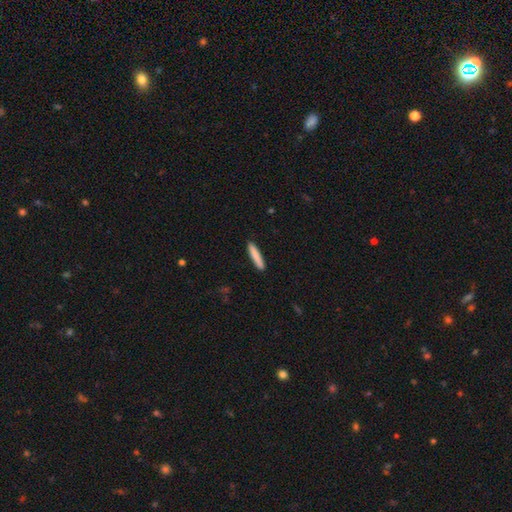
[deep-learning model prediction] Smooth or featured?
  - smooth: 85% *
  - featured or disk: 10%
  - star or artifact: 6%
How rounded?
  - cigar-shaped: 92% *
  - in between: 7%
  - round: 1%
Merging?
  - none: 91% *
  - minor disturbance: 7%
  - major disturbance: 1%
  - merger: 1%